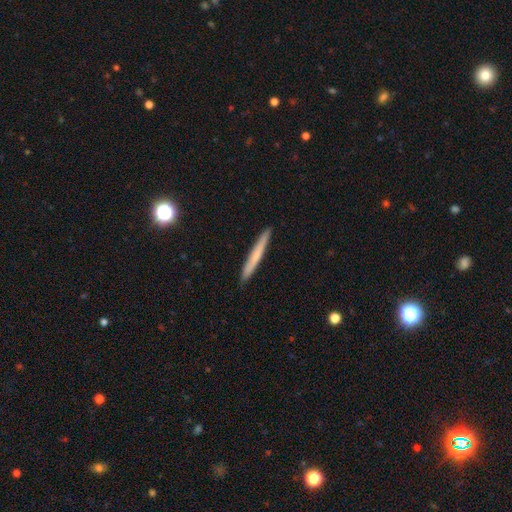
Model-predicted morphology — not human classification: Q: Smooth or featured?
A: smooth (57%); runner-up: featured or disk (36%)
Q: How rounded?
A: cigar-shaped (97%); runner-up: in between (2%)
Q: Merging?
A: none (92%); runner-up: minor disturbance (6%)